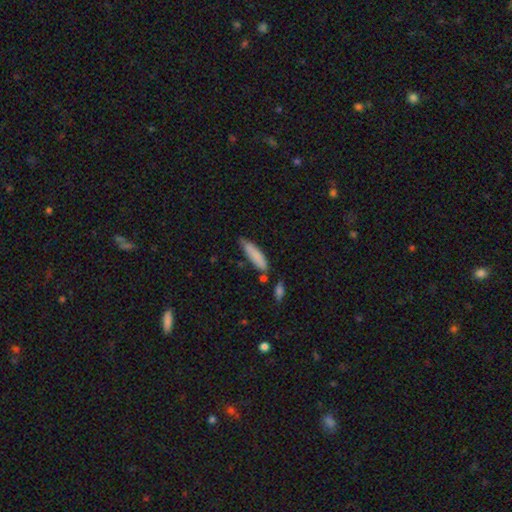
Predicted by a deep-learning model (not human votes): smooth 83%, featured or disk 11%, star or artifact 6%. Down the decision tree: how rounded — cigar-shaped (68%); merging — none (64%).